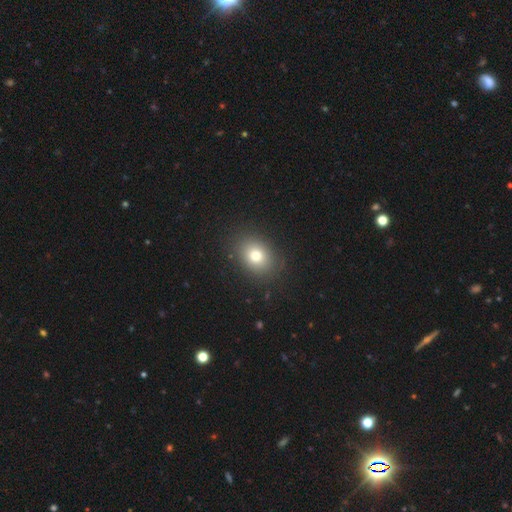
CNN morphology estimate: Smooth or featured? Predicted: smooth (p=0.77). How rounded? Predicted: in between (p=0.54). Merging? Predicted: none (p=0.86).